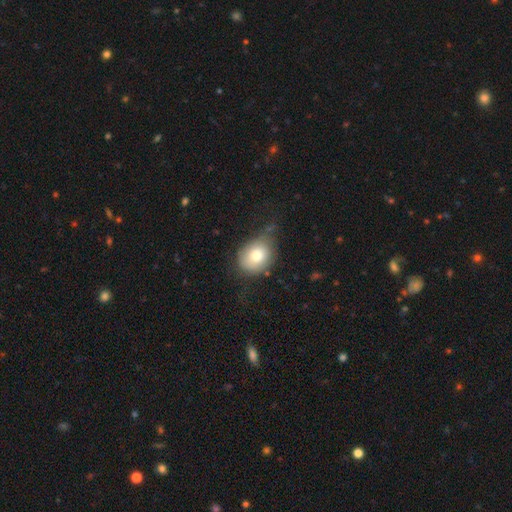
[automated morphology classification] Smooth or featured?
  - smooth: 76% *
  - featured or disk: 15%
  - star or artifact: 9%
How rounded?
  - in between: 52% *
  - round: 47%
  - cigar-shaped: 1%
Merging?
  - none: 51% *
  - minor disturbance: 34%
  - major disturbance: 12%
  - merger: 3%